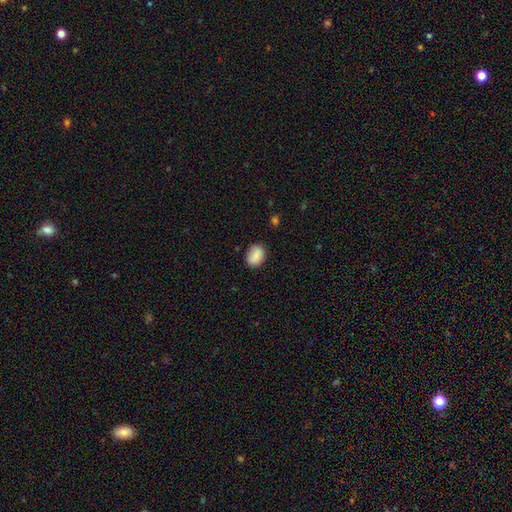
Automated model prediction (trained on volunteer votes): This appears to be a smooth galaxy with no disk features (88%) that is in between round and cigar-shaped (72%). Merging: none (81%).